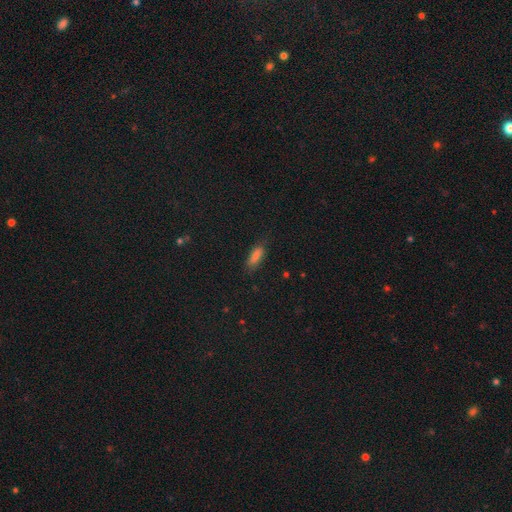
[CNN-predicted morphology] A smooth galaxy with no disk features (78%) that is in between round and cigar-shaped (60%). Merging: none (79%).